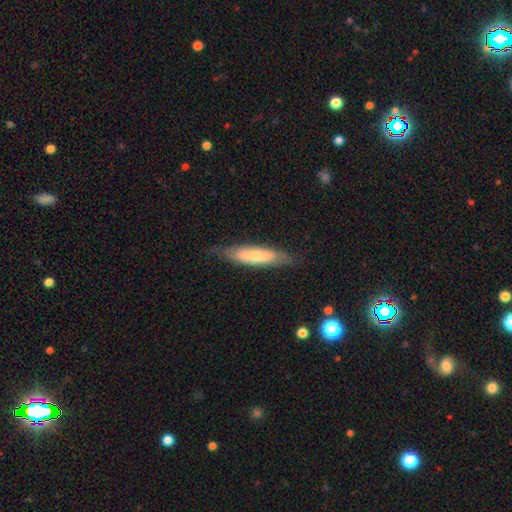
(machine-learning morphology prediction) This appears to be a smooth galaxy with no disk features (61%) that is cigar-shaped (75%). Merging: none (78%).